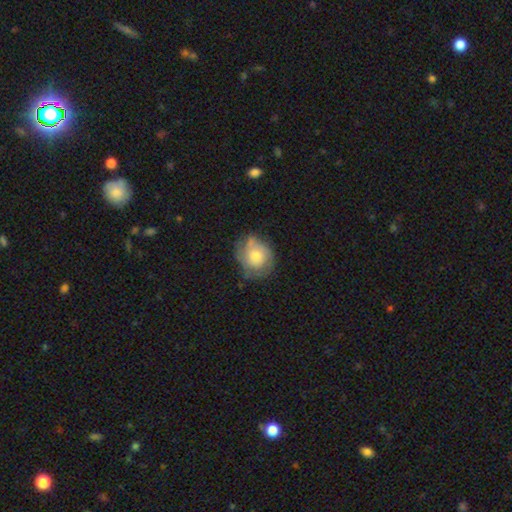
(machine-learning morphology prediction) This appears to be a smooth galaxy with no disk features (51%) that is round (68%). Merging: none (57%).